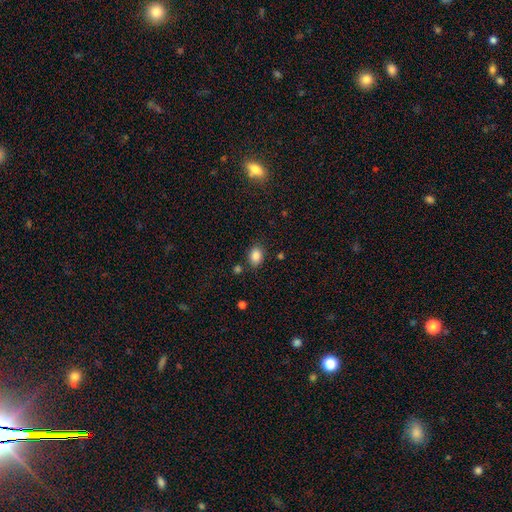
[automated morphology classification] type=smooth (85%); roundness=in between (73%); merging=none (80%).